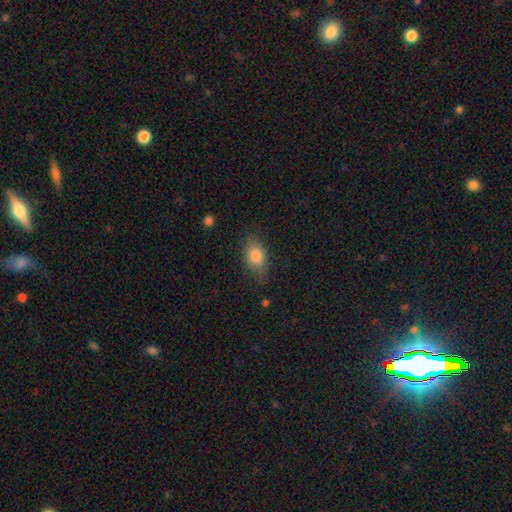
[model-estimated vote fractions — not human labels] Smooth or featured? smooth (82%)
How rounded? in between (82%)
Merging? none (72%)